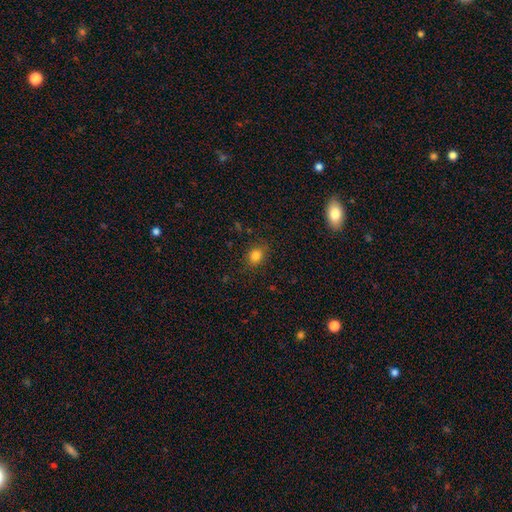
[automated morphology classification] This is clearly a smooth galaxy (82%). How rounded: possibly round (57%). Merging: clearly none (83%).